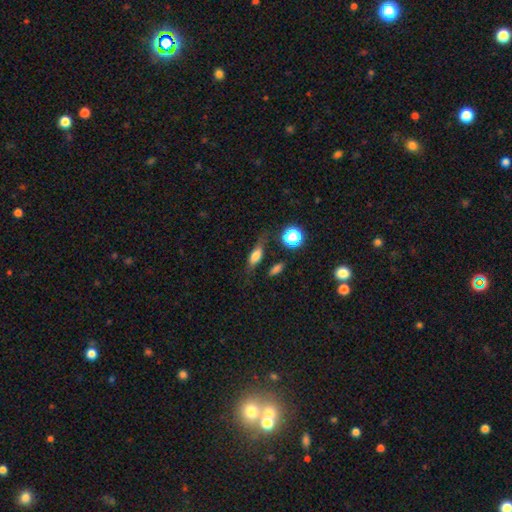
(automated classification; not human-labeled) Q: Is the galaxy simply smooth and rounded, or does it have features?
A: smooth — 68%.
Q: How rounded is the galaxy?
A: in between — 60%.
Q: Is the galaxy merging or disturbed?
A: none — 65%.